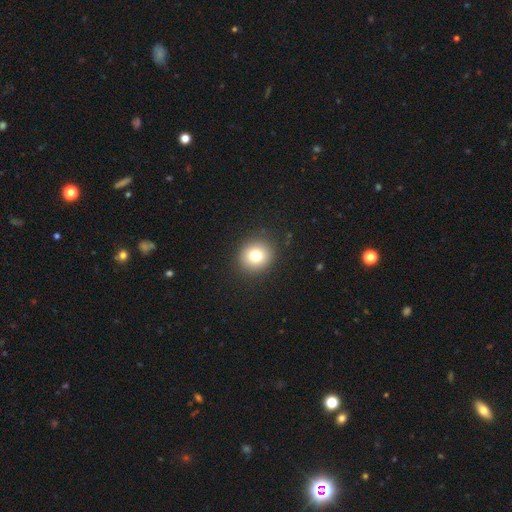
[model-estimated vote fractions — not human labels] smooth 79%, star or artifact 11%, featured or disk 10%. Down the decision tree: how rounded — round (86%); merging — none (90%).